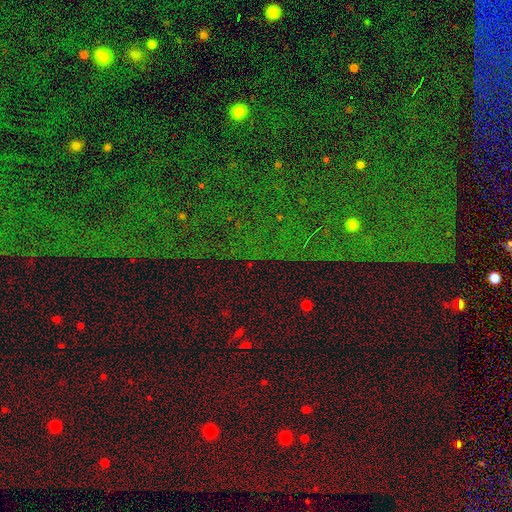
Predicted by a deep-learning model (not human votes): Smooth or featured? Predicted: star or artifact (p=0.85).